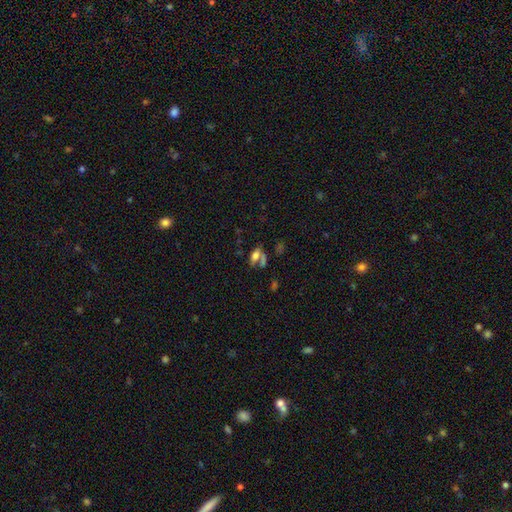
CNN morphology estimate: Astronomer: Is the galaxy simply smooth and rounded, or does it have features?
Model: smooth — 58%.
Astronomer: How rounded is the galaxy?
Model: in between — 78%.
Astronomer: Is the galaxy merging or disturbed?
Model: none — 42% (runner-up: merger, 30%).